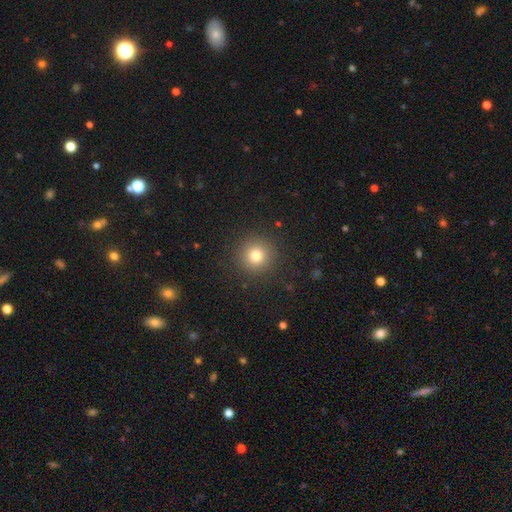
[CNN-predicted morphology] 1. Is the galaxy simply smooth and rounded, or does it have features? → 78% smooth, 14% star or artifact, 8% featured or disk.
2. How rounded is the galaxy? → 95% round, 4% in between, 1% cigar-shaped.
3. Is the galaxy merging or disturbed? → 90% none, 6% minor disturbance, 3% major disturbance, 1% merger.